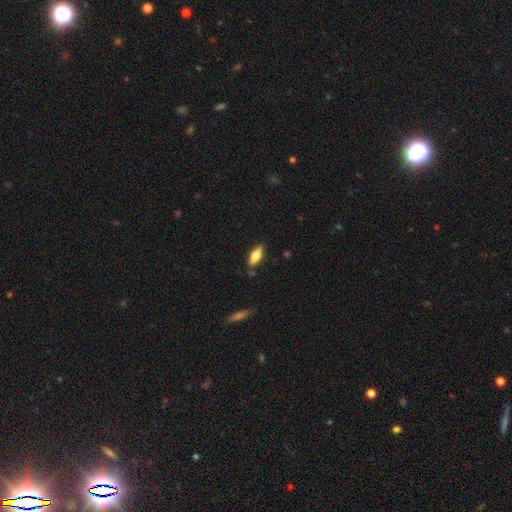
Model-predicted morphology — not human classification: smooth 65%, featured or disk 29%, star or artifact 6%. Down the decision tree: how rounded — in between (64%); merging — none (82%).